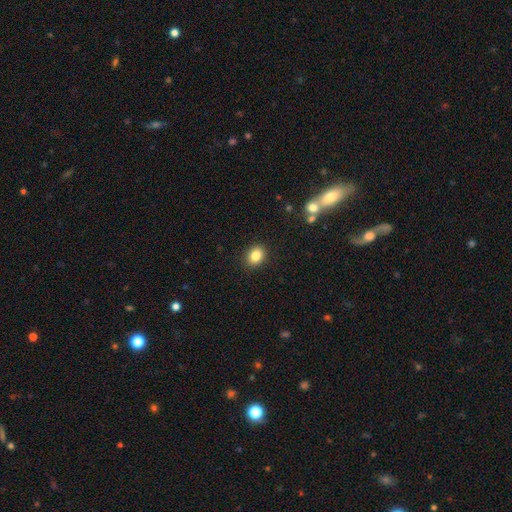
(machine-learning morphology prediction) The model was most divided on "how rounded": round: 50%, in between: 49%, cigar-shaped: 1%. More confident: merging — none (90%); smooth or featured — smooth (84%).